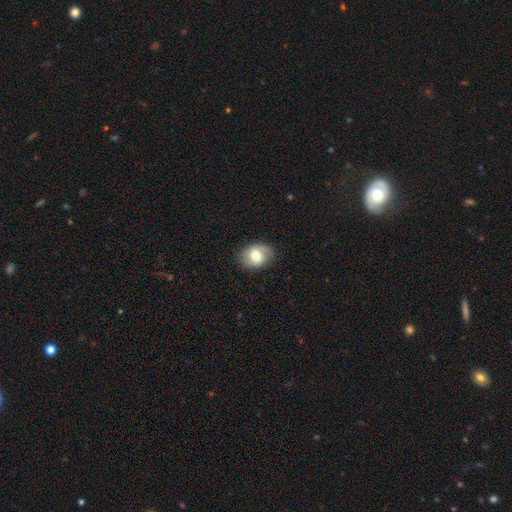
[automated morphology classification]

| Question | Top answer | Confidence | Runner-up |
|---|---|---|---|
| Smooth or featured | smooth | 70% | featured or disk (22%) |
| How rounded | in between | 61% | round (38%) |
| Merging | none | 81% | minor disturbance (14%) |